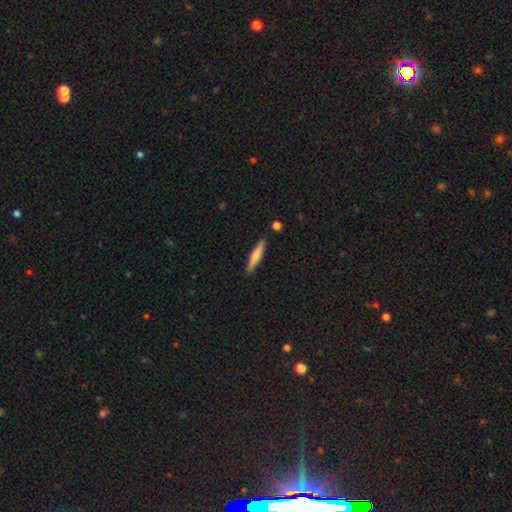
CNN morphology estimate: Overall: smooth (68%). How rounded: cigar-shaped (89%). Merging: none (87%).